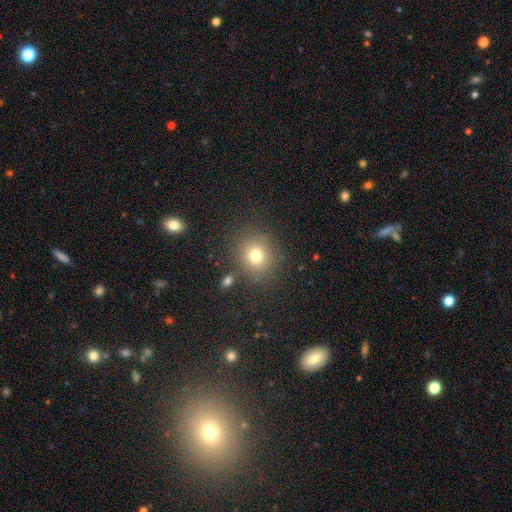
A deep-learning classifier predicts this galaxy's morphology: Overall: smooth (74%). How rounded: round (83%). Merging: none (83%).